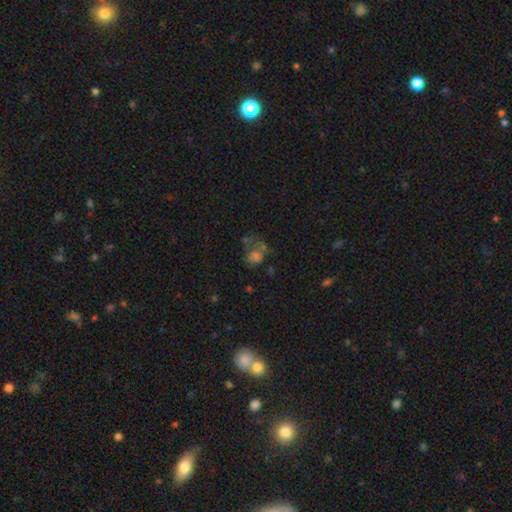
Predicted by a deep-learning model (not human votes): smooth_or_featured: smooth (p=0.48) [alt: featured or disk p=0.27]
merging: major disturbance (p=0.32) [alt: none p=0.31]